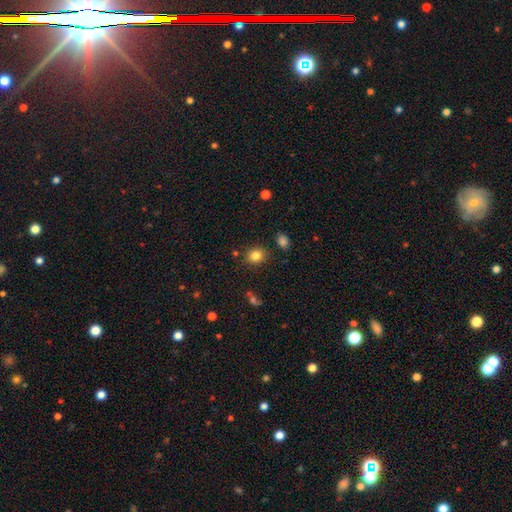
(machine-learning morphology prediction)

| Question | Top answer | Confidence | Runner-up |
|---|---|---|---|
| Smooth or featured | smooth | 83% | star or artifact (11%) |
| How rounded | round | 71% | in between (28%) |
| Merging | none | 85% | minor disturbance (9%) |